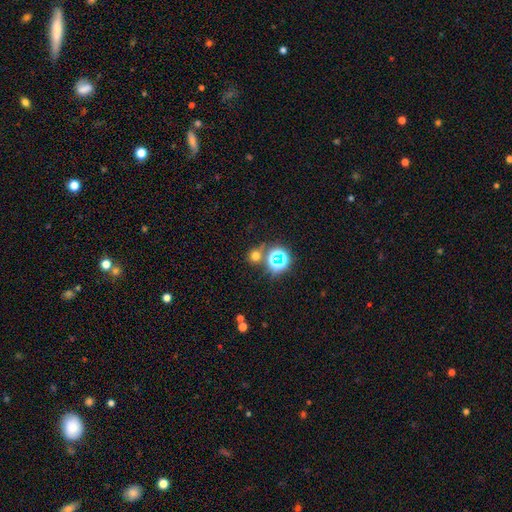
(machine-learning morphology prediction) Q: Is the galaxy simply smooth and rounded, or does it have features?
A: smooth — 58%.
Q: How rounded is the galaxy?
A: round — 85%.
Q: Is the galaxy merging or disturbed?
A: none — 70%.